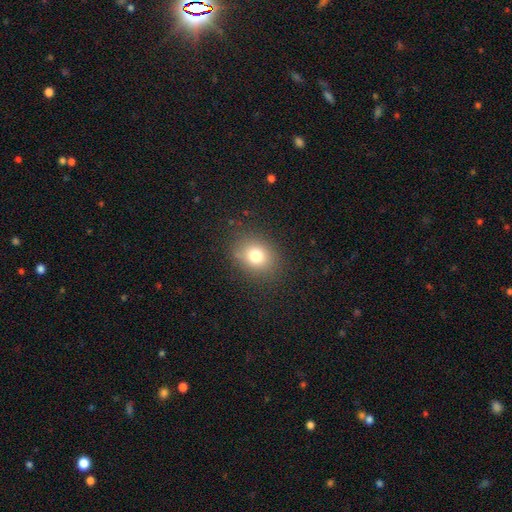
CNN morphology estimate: Smooth or featured?
  - smooth: 76% *
  - star or artifact: 13%
  - featured or disk: 10%
How rounded?
  - round: 56% *
  - in between: 43%
  - cigar-shaped: 1%
Merging?
  - none: 83% *
  - minor disturbance: 12%
  - major disturbance: 4%
  - merger: 1%